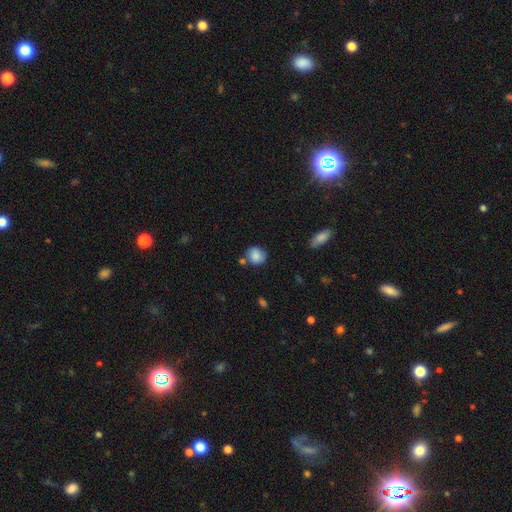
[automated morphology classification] smooth-or-featured: smooth: 83% | featured or disk: 9% | star or artifact: 8%
  how-rounded: round: 79% | in between: 19% | cigar-shaped: 1%
  merging: none: 70% | minor disturbance: 17% | merger: 10% | major disturbance: 4%